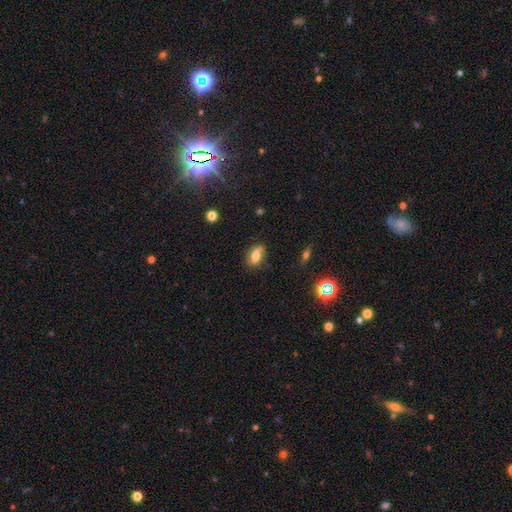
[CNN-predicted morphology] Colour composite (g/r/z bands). It shows a smooth galaxy with no disk features (63%) that is in between round and cigar-shaped (82%). Merging: none (58%).